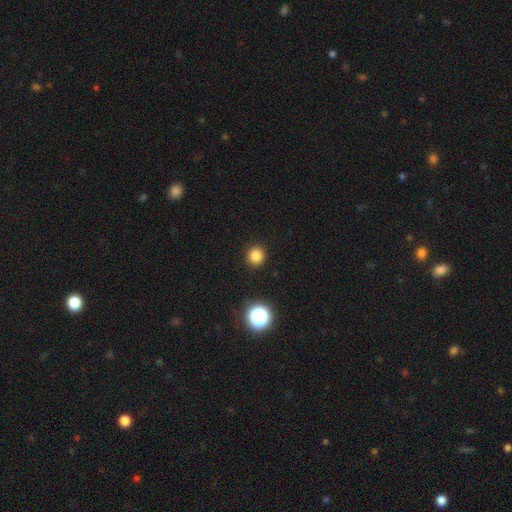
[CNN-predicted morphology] Smooth or featured? smooth (82%)
How rounded? round (93%)
Merging? none (92%)